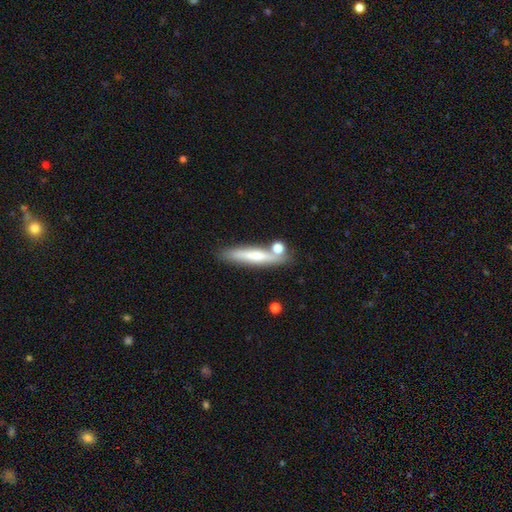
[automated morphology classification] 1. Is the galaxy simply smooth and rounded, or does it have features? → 53% smooth, 40% featured or disk, 7% star or artifact.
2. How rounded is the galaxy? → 85% cigar-shaped, 12% in between, 3% round.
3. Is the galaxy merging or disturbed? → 71% none, 13% minor disturbance, 13% merger, 4% major disturbance.